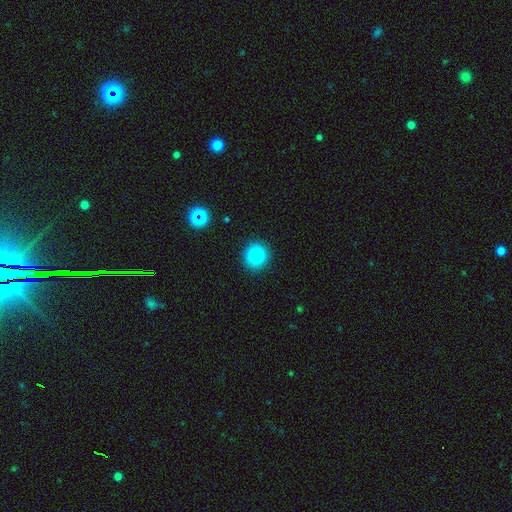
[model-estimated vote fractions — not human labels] smooth_or_featured: smooth (p=0.87) [alt: star or artifact p=0.09]
how_rounded: round (p=0.90) [alt: in between p=0.09]
merging: none (p=0.91) [alt: minor disturbance p=0.06]